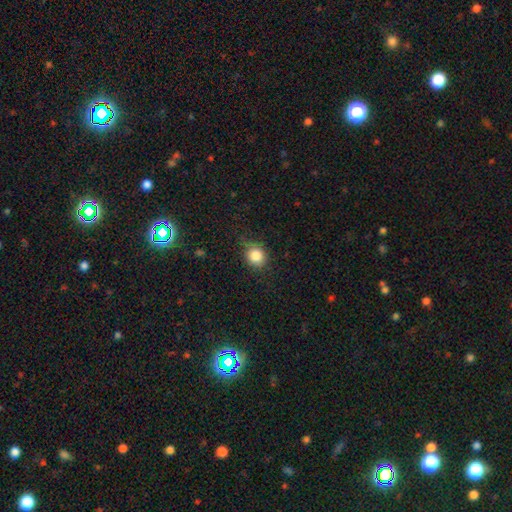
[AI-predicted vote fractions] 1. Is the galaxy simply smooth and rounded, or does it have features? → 83% smooth, 11% star or artifact, 6% featured or disk.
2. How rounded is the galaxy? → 82% round, 17% in between, 1% cigar-shaped.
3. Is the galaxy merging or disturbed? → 76% none, 18% minor disturbance, 4% major disturbance, 1% merger.